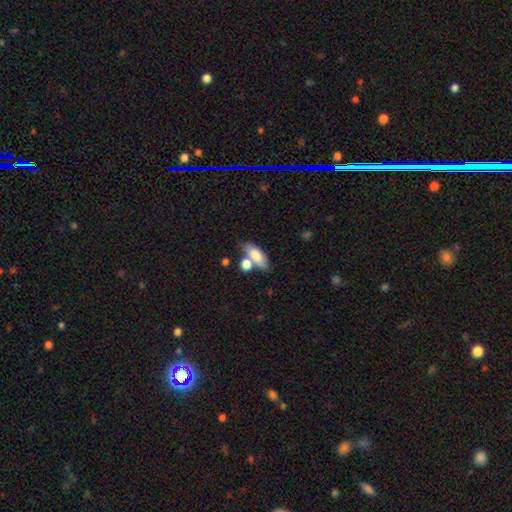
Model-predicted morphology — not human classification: type=smooth (77%); roundness=in between (80%); merging=none (48%).